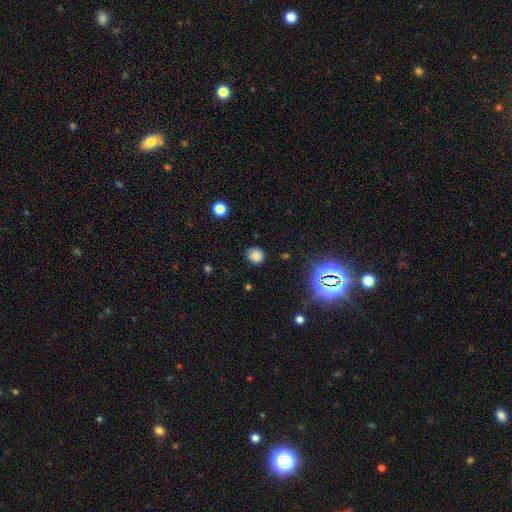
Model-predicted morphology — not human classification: smooth-or-featured: smooth: 78% | star or artifact: 16% | featured or disk: 6%
  how-rounded: round: 75% | in between: 24% | cigar-shaped: 1%
  merging: none: 80% | minor disturbance: 15% | major disturbance: 4% | merger: 2%